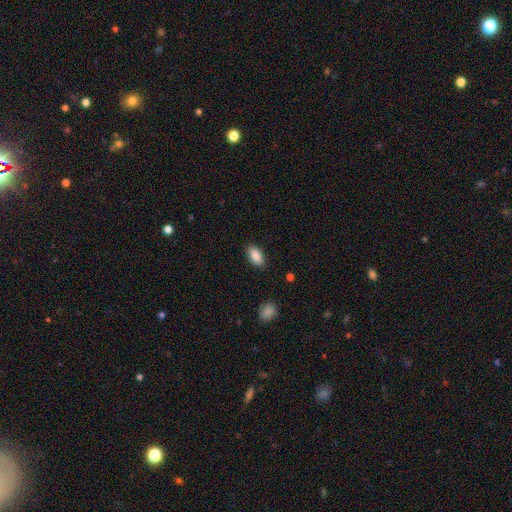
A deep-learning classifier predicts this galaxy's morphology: Smooth or featured?
  - smooth: 89% *
  - star or artifact: 7%
  - featured or disk: 4%
How rounded?
  - in between: 93% *
  - round: 4%
  - cigar-shaped: 3%
Merging?
  - none: 87% *
  - minor disturbance: 9%
  - major disturbance: 2%
  - merger: 1%